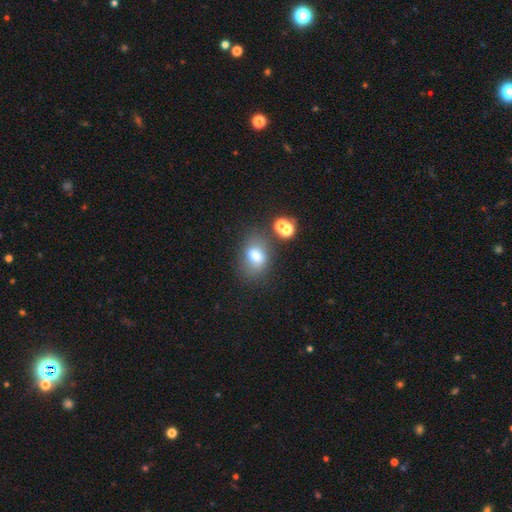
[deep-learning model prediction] This appears to be a smooth galaxy with no disk features (71%) that is in between round and cigar-shaped (75%). Merging: none (58%).